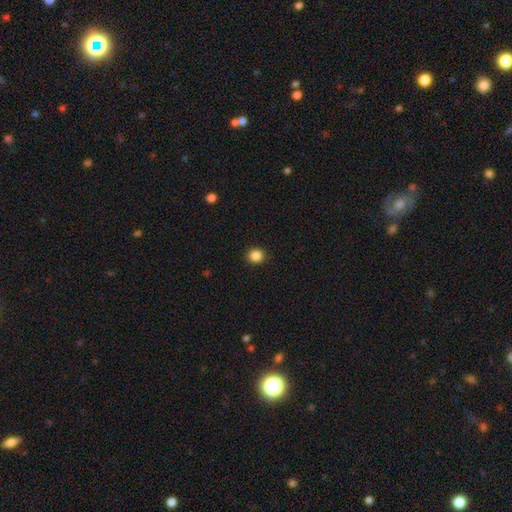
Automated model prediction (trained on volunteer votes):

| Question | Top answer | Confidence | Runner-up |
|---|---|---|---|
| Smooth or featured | smooth | 85% | star or artifact (11%) |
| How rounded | round | 87% | in between (12%) |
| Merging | none | 91% | minor disturbance (6%) |